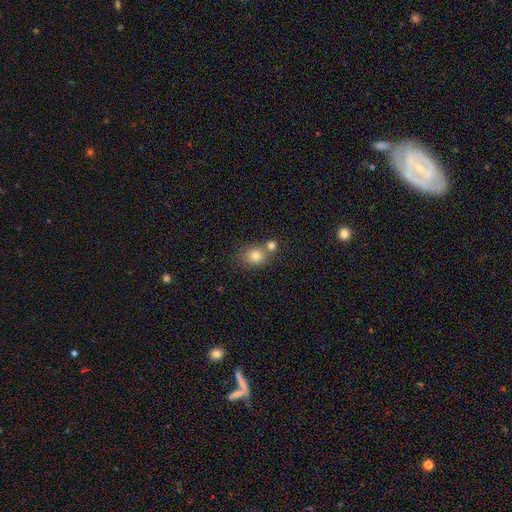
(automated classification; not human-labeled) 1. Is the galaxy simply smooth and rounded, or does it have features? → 80% smooth, 11% star or artifact, 9% featured or disk.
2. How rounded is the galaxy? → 74% round, 25% in between, 1% cigar-shaped.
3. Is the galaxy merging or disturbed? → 49% none, 39% merger, 9% minor disturbance, 3% major disturbance.